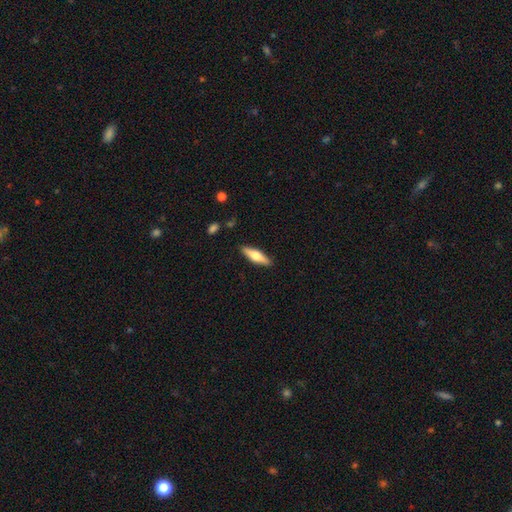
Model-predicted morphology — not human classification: Smooth or featured: smooth — 49% (featured or disk — 46%)
Merging: none — 89% (minor disturbance — 8%)